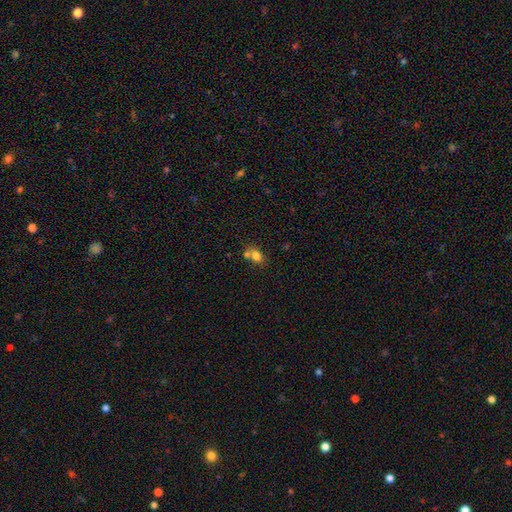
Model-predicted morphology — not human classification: Smooth or featured?
  - smooth: 76% *
  - star or artifact: 12%
  - featured or disk: 12%
How rounded?
  - in between: 58% *
  - round: 41%
  - cigar-shaped: 2%
Merging?
  - merger: 44% *
  - none: 41%
  - minor disturbance: 11%
  - major disturbance: 4%